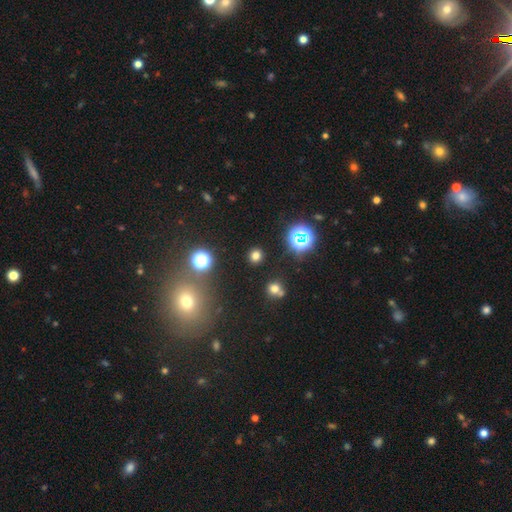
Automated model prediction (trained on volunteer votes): smooth 70%, star or artifact 25%, featured or disk 5%. Down the decision tree: how rounded — round (87%); merging — none (89%).